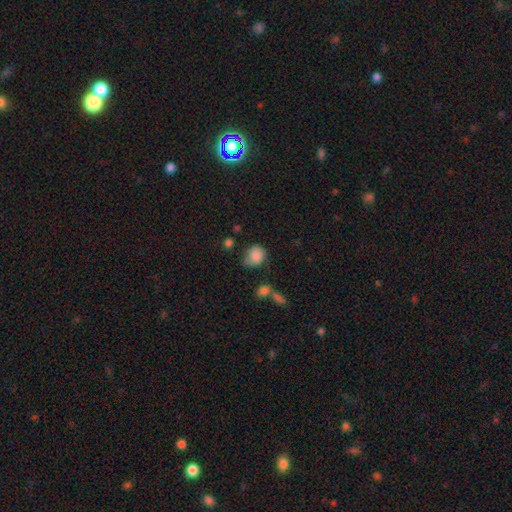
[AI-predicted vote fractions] Morphology: type=smooth (80%); roundness=round (59%); merging=none (48%).